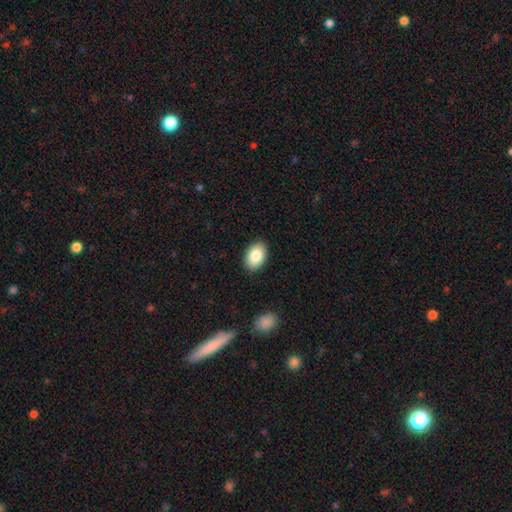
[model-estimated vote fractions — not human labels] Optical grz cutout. It shows a smooth galaxy with no disk features (85%) that is in between round and cigar-shaped (89%). Merging: none (89%).